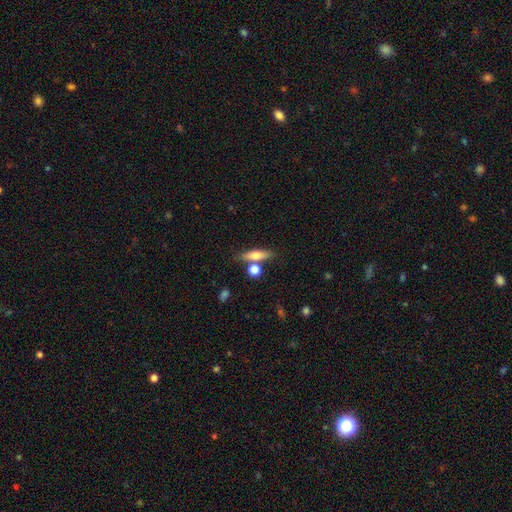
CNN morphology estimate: This is possibly a smooth galaxy (59%). How rounded: likely cigar-shaped (62%). Merging: likely none (69%).